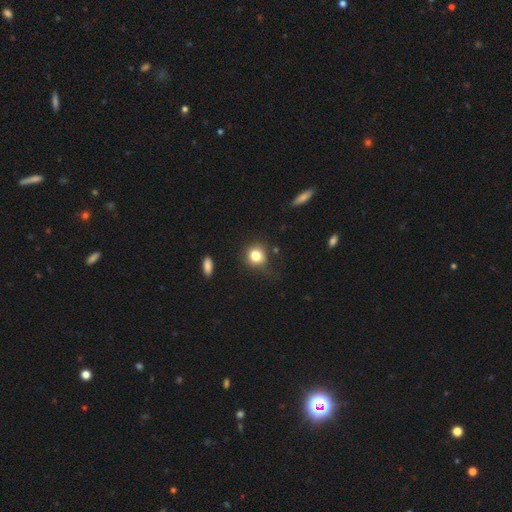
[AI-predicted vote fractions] A smooth galaxy with no disk features (80%) that is round (84%).

Vote fractions:
- Smooth or featured? smooth: 80% / star or artifact: 12% / featured or disk: 8%
- How rounded? round: 84% / in between: 15% / cigar-shaped: 1%
- Merging? none: 69% / minor disturbance: 21% / major disturbance: 7% / merger: 3%